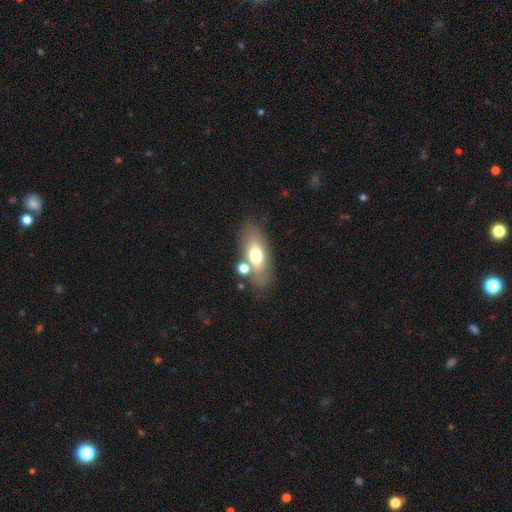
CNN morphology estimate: A smooth galaxy with no disk features (64%) that is in between round and cigar-shaped (77%).

Vote fractions:
- Smooth or featured? smooth: 64% / featured or disk: 28% / star or artifact: 9%
- How rounded? in between: 77% / cigar-shaped: 16% / round: 6%
- Merging? none: 66% / merger: 15% / minor disturbance: 13% / major disturbance: 5%